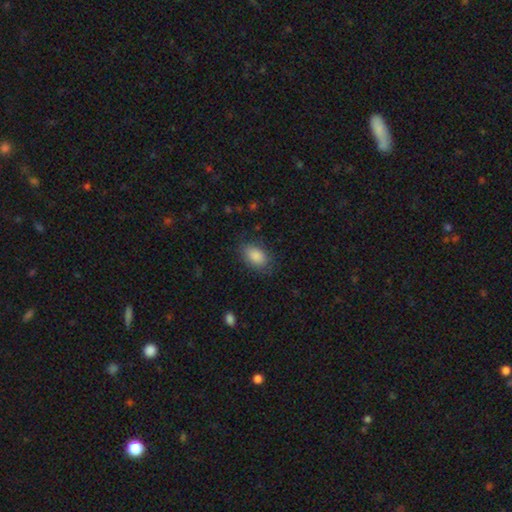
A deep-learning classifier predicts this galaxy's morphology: A smooth galaxy with no disk features (87%) that is in between round and cigar-shaped (89%).

Vote fractions:
- Smooth or featured? smooth: 87% / star or artifact: 7% / featured or disk: 5%
- How rounded? in between: 89% / round: 10% / cigar-shaped: 2%
- Merging? none: 81% / minor disturbance: 14% / major disturbance: 4% / merger: 1%